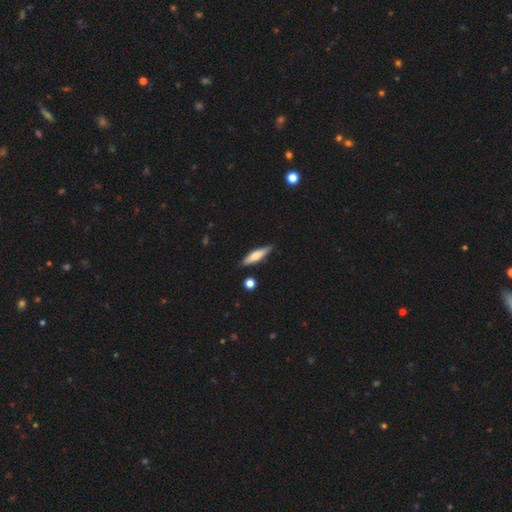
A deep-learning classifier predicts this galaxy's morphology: A smooth galaxy with no disk features (59%) that is cigar-shaped (77%).

Vote fractions:
- Smooth or featured? smooth: 59% / featured or disk: 35% / star or artifact: 6%
- How rounded? cigar-shaped: 77% / in between: 21% / round: 2%
- Merging? none: 84% / minor disturbance: 11% / merger: 3% / major disturbance: 2%